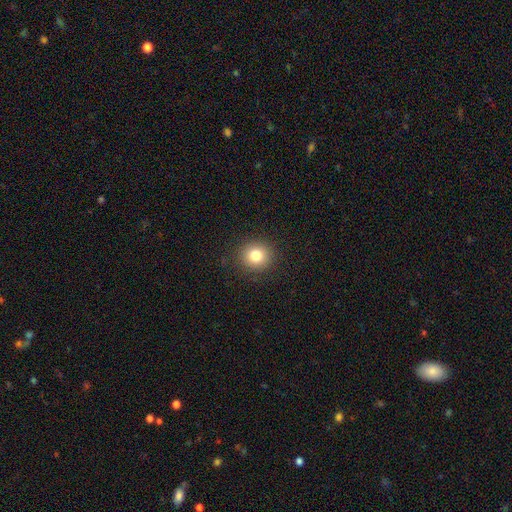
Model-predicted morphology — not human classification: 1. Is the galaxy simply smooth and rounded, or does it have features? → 81% smooth, 11% star or artifact, 8% featured or disk.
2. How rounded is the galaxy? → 88% round, 11% in between, 1% cigar-shaped.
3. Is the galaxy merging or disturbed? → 90% none, 6% minor disturbance, 2% major disturbance, 1% merger.